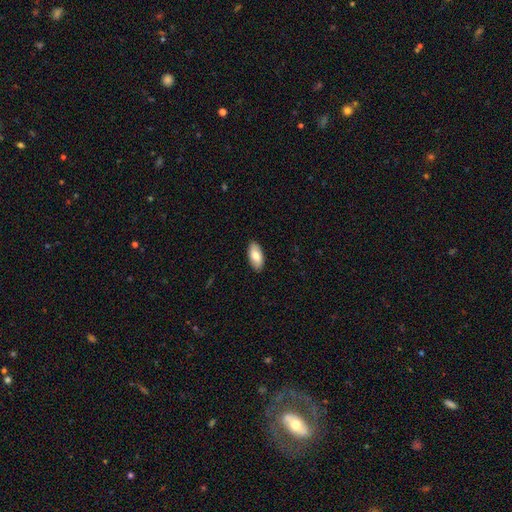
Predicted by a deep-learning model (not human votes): smooth-or-featured: smooth: 76% | featured or disk: 18% | star or artifact: 6%
  how-rounded: in between: 92% | cigar-shaped: 5% | round: 2%
  merging: none: 89% | minor disturbance: 8% | major disturbance: 2% | merger: 1%